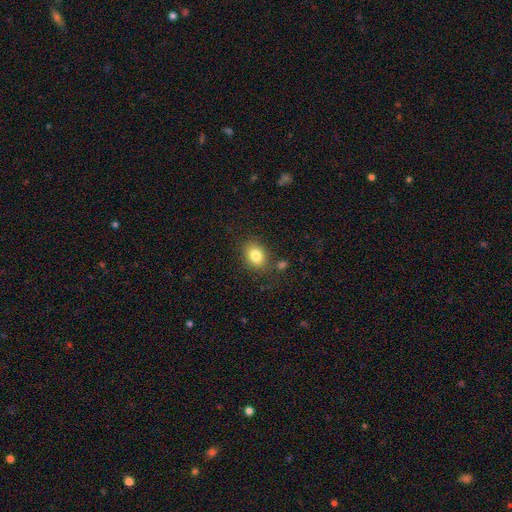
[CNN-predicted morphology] The model was most divided on "how rounded": in between: 62%, round: 37%, cigar-shaped: 1%. More confident: smooth or featured — smooth (82%); merging — none (80%).